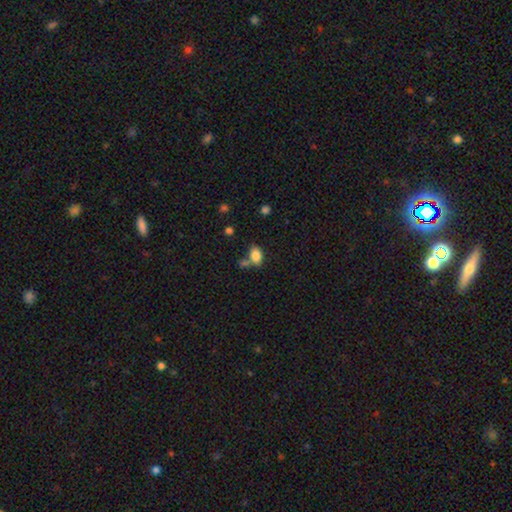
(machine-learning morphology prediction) Overall: smooth (84%). How rounded: in between (87%). Merging: none (57%; merger 24%).